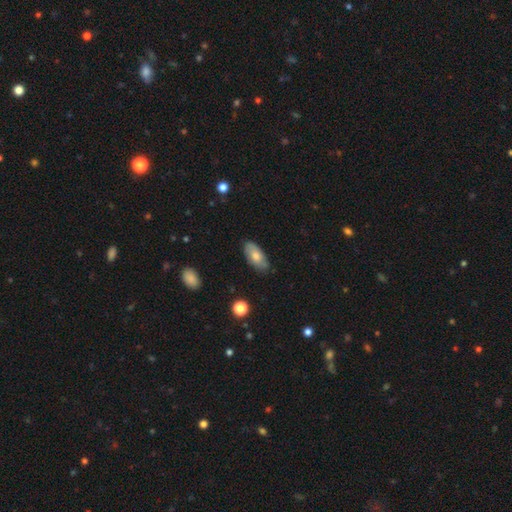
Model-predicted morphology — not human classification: Smooth or featured? Predicted: smooth (p=0.69). How rounded? Predicted: in between (p=0.91). Merging? Predicted: none (p=0.76).